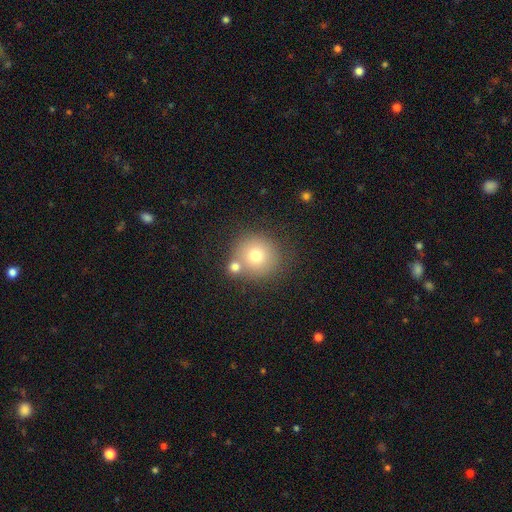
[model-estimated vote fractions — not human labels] Smooth or featured? Predicted: smooth (p=0.73). How rounded? Predicted: round (p=0.91). Merging? Predicted: none (p=0.66).